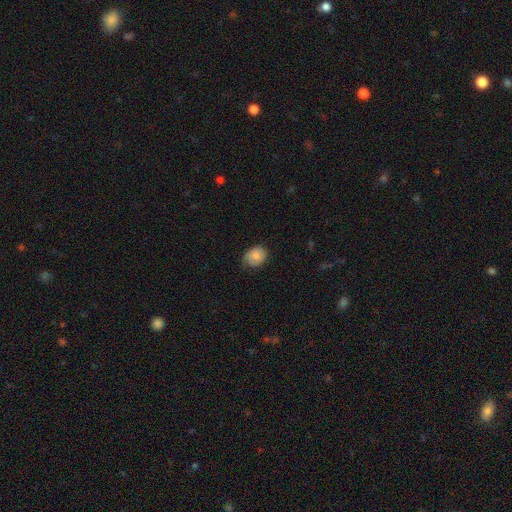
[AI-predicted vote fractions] smooth 76%, featured or disk 17%, star or artifact 7%. Down the decision tree: how rounded — round (50%); merging — none (59%).